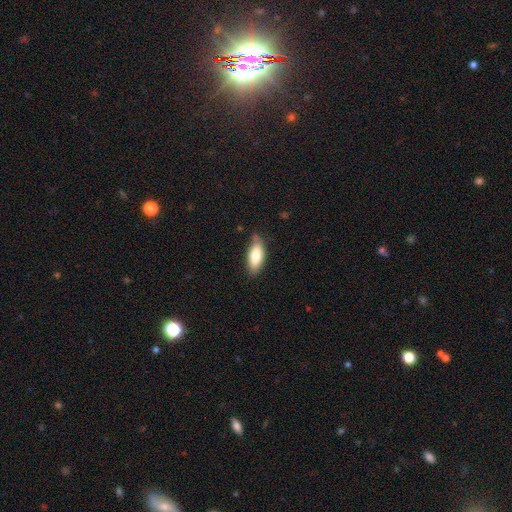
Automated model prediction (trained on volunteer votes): smooth-or-featured: smooth: 78% | featured or disk: 16% | star or artifact: 6%
  how-rounded: in between: 81% | cigar-shaped: 16% | round: 2%
  merging: none: 72% | minor disturbance: 22% | major disturbance: 4% | merger: 2%